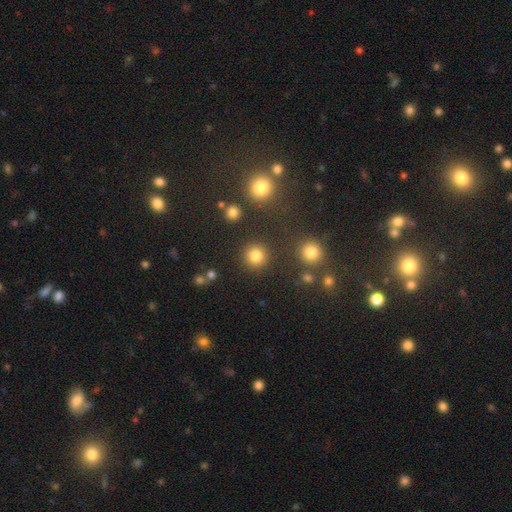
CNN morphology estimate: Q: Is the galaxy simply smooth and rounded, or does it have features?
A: smooth — 82%.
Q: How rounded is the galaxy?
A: round — 94%.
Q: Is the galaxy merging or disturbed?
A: none — 89%.